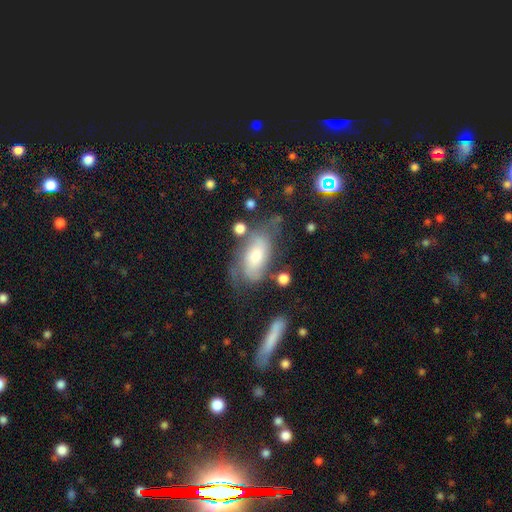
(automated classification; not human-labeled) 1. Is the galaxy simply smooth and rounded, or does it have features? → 54% featured or disk, 37% smooth, 8% star or artifact.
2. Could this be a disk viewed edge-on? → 89% no, 11% yes.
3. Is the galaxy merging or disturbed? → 48% none, 25% minor disturbance, 19% major disturbance, 7% merger.